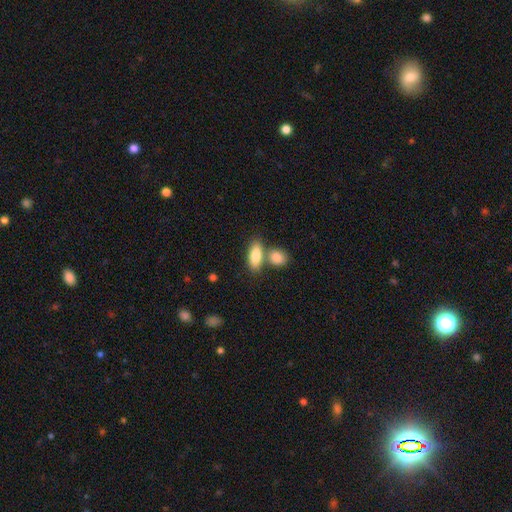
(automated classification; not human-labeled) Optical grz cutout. It shows a smooth galaxy with no disk features (84%) that is in between round and cigar-shaped (80%). Merging: none (52%).